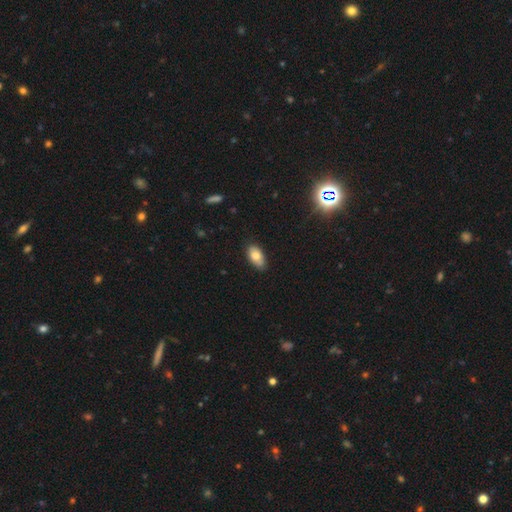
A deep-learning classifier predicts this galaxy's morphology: The model was most divided on "merging": none: 75%, minor disturbance: 21%, major disturbance: 3%, merger: 1%. More confident: how rounded — in between (93%); smooth or featured — smooth (76%).